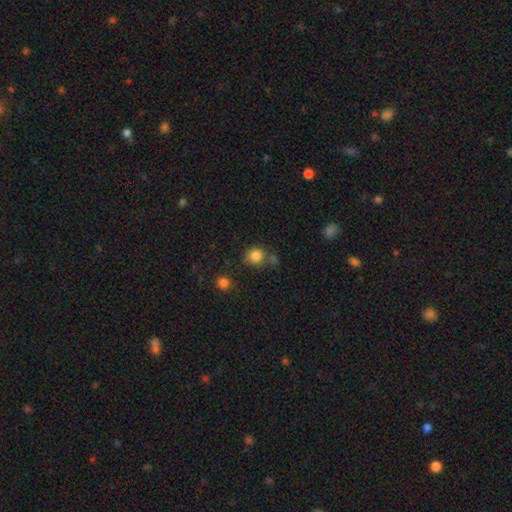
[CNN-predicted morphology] smooth-or-featured: smooth: 83% | star or artifact: 11% | featured or disk: 5%
  how-rounded: round: 78% | in between: 21% | cigar-shaped: 1%
  merging: none: 66% | minor disturbance: 16% | merger: 13% | major disturbance: 5%